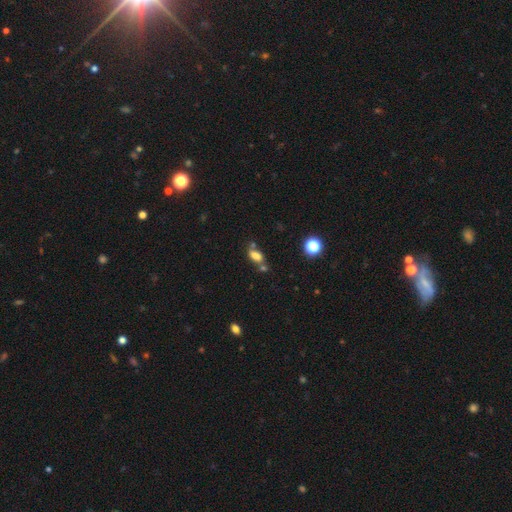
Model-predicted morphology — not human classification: Smooth or featured? Predicted: smooth (p=0.72). How rounded? Predicted: in between (p=0.80). Merging? Predicted: none (p=0.47).